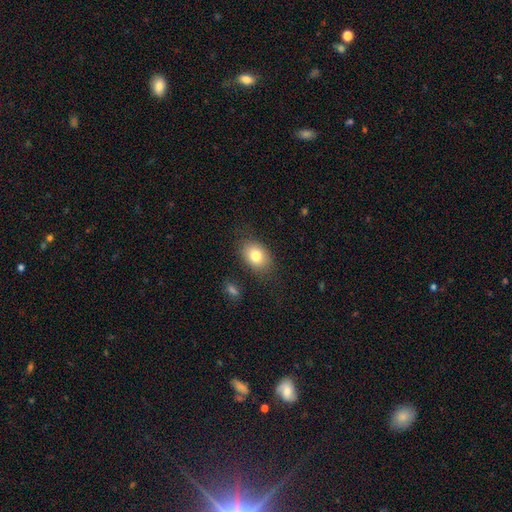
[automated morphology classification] Smooth or featured?
  - smooth: 80% *
  - featured or disk: 11%
  - star or artifact: 9%
How rounded?
  - in between: 76% *
  - round: 23%
  - cigar-shaped: 1%
Merging?
  - none: 79% *
  - minor disturbance: 14%
  - major disturbance: 5%
  - merger: 2%